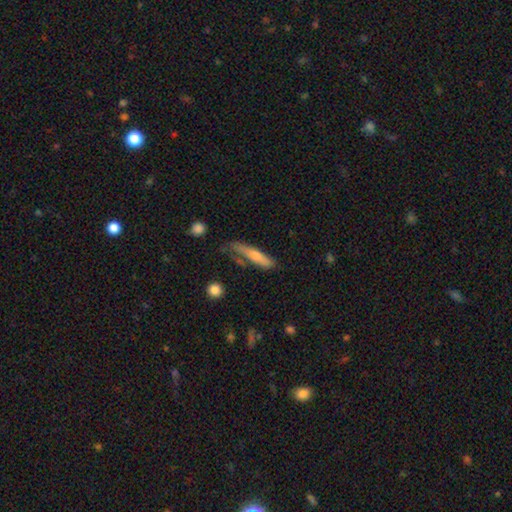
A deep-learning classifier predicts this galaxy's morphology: This is likely a smooth galaxy (62%). How rounded: clearly cigar-shaped (85%). Merging: possibly none (54%).